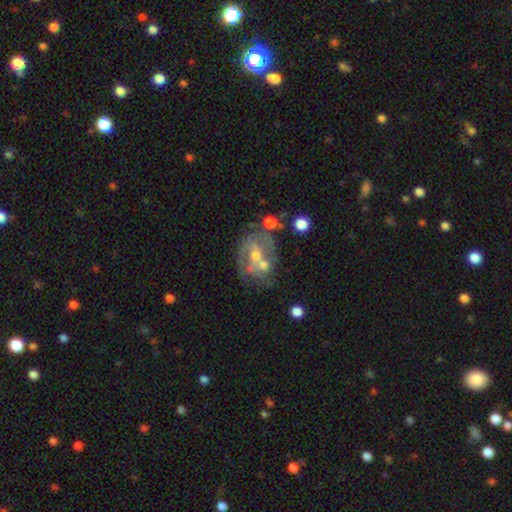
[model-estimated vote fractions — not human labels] smooth_or_featured: featured or disk (p=0.67) [alt: smooth p=0.21]
disk_edge_on: no (p=0.97) [alt: yes p=0.03]
bar: no (p=0.58) [alt: weak p=0.32]
has_spiral_arms: yes (p=0.59) [alt: no p=0.41]
bulge_size: moderate (p=0.47) [alt: small p=0.44]
merging: none (p=0.43) [alt: merger p=0.27]